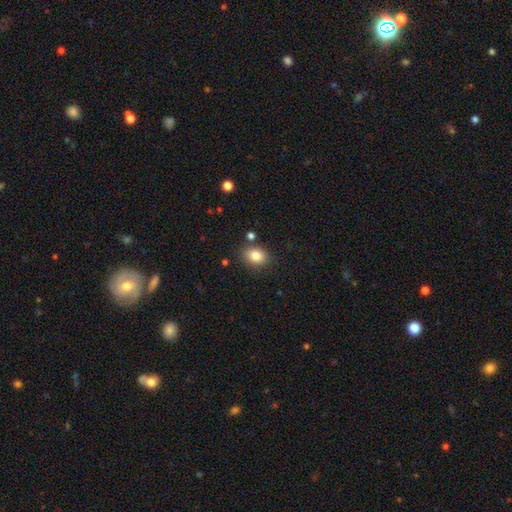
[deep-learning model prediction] smooth_or_featured: smooth (p=0.84) [alt: star or artifact p=0.09]
how_rounded: in between (p=0.56) [alt: round p=0.43]
merging: none (p=0.81) [alt: minor disturbance p=0.11]